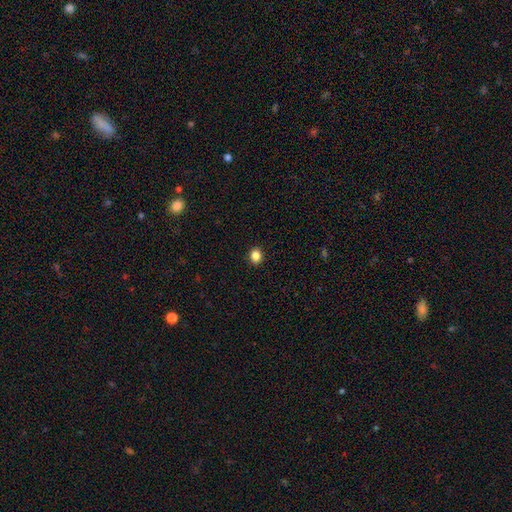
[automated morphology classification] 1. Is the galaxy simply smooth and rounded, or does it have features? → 86% smooth, 11% star or artifact, 4% featured or disk.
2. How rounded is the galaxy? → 70% round, 29% in between, 1% cigar-shaped.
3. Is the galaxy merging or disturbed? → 92% none, 6% minor disturbance, 2% major disturbance, 1% merger.